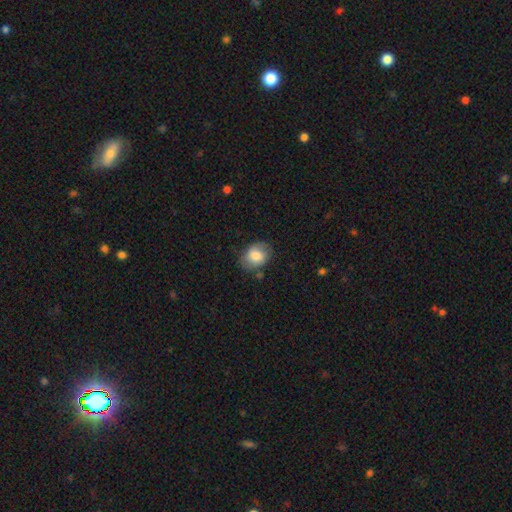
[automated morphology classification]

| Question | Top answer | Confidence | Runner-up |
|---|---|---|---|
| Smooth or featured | smooth | 74% | featured or disk (18%) |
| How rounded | in between | 62% | round (37%) |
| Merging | none | 69% | minor disturbance (22%) |